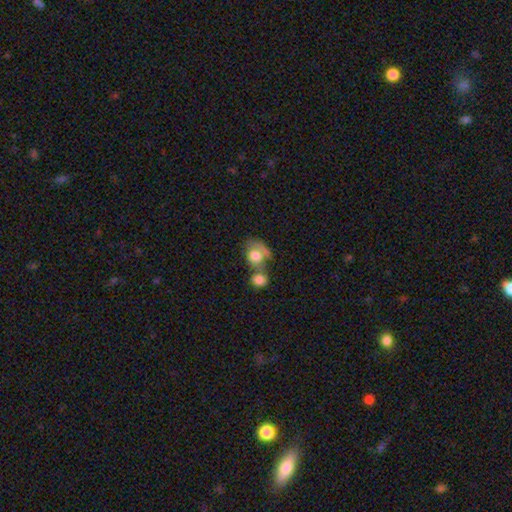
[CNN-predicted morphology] Q: Smooth or featured?
A: smooth (73%); runner-up: featured or disk (19%)
Q: How rounded?
A: round (50%); runner-up: in between (49%)
Q: Merging?
A: merger (52%); runner-up: none (23%)